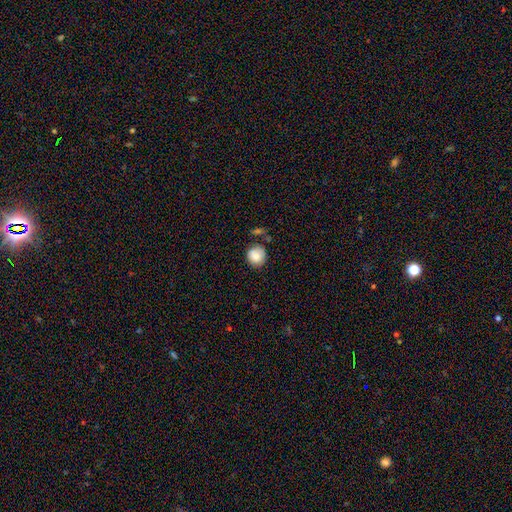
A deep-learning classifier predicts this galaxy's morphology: Overall: smooth (87%). How rounded: round (91%). Merging: none (73%).